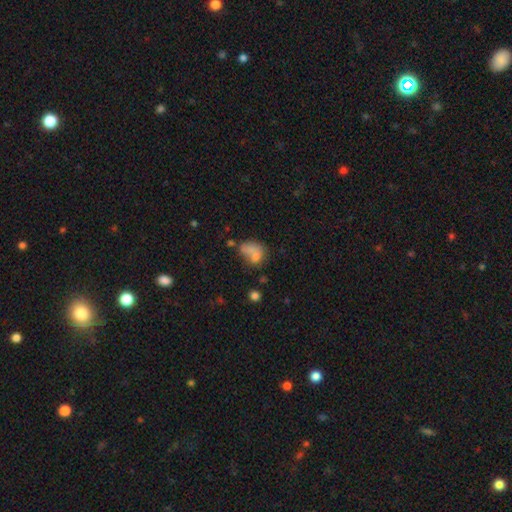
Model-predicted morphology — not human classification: Q: Smooth or featured?
A: smooth (69%); runner-up: featured or disk (18%)
Q: How rounded?
A: in between (68%); runner-up: round (30%)
Q: Merging?
A: merger (36%); runner-up: none (29%)